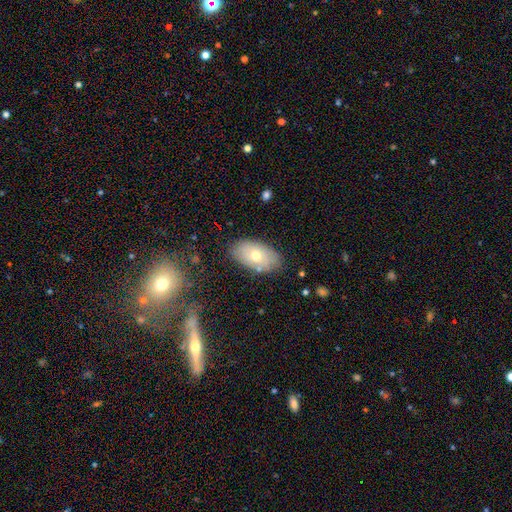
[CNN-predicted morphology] smooth-or-featured: smooth: 65% | featured or disk: 28% | star or artifact: 7%
  how-rounded: in between: 93% | round: 6% | cigar-shaped: 2%
  merging: none: 81% | minor disturbance: 13% | major disturbance: 3% | merger: 3%